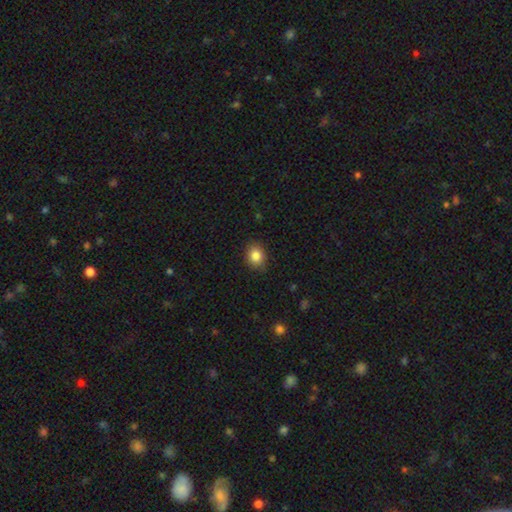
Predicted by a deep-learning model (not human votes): This is clearly a smooth galaxy (85%). How rounded: likely round (61%). Merging: clearly none (86%).